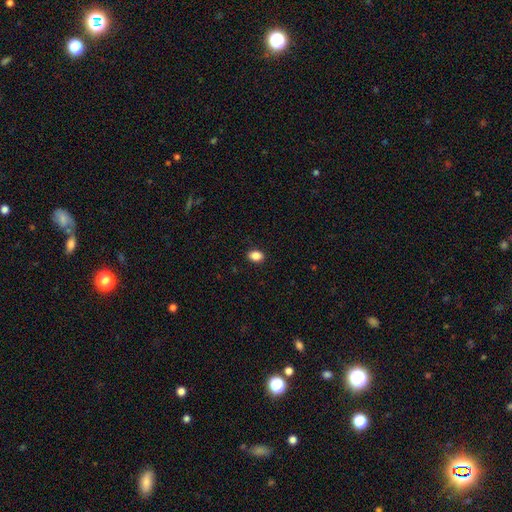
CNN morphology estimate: Overall: smooth (88%). How rounded: in between (73%). Merging: none (90%).